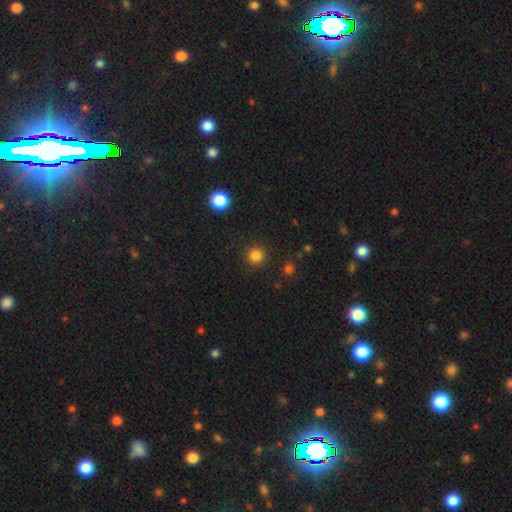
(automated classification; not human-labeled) This is clearly a smooth galaxy (83%). How rounded: clearly round (95%). Merging: clearly none (91%).